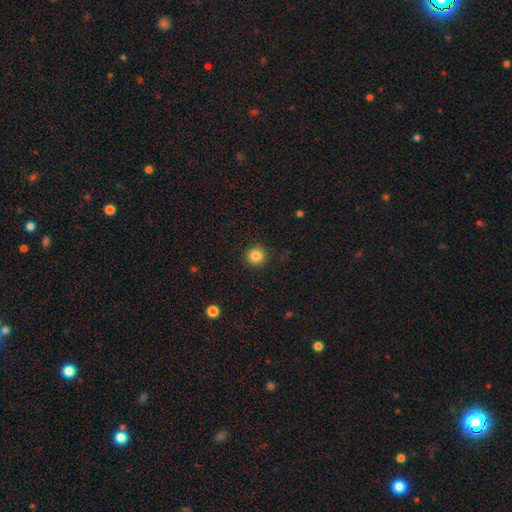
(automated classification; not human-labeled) smooth-or-featured: smooth: 84% | star or artifact: 11% | featured or disk: 5%
  how-rounded: round: 94% | in between: 5% | cigar-shaped: 1%
  merging: none: 89% | minor disturbance: 7% | major disturbance: 2% | merger: 1%